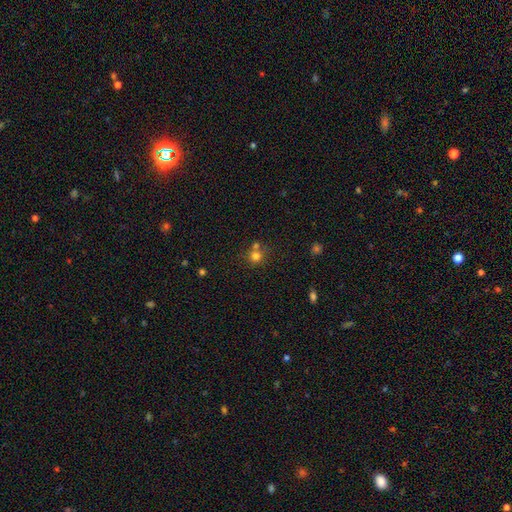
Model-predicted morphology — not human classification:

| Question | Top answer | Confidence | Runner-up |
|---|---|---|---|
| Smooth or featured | smooth | 74% | star or artifact (16%) |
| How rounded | round | 88% | in between (11%) |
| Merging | none | 56% | merger (33%) |